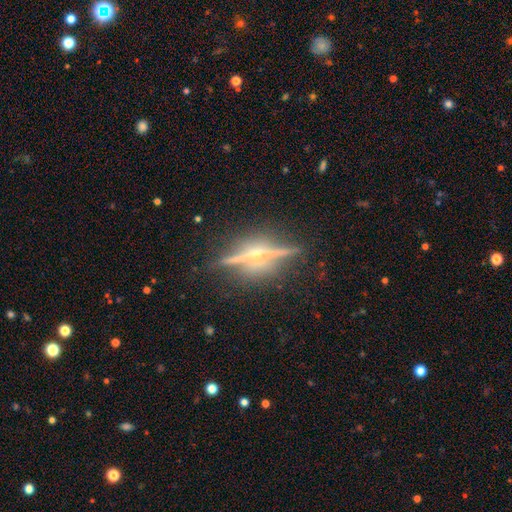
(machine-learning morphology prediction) Smooth or featured?
  - featured or disk: 83% *
  - star or artifact: 9%
  - smooth: 8%
Edge-on disk?
  - yes: 96% *
  - no: 4%
Edge-on bulge?
  - rounded: 90% *
  - none: 7%
  - boxy: 3%
Merging?
  - none: 84% *
  - minor disturbance: 11%
  - major disturbance: 3%
  - merger: 2%